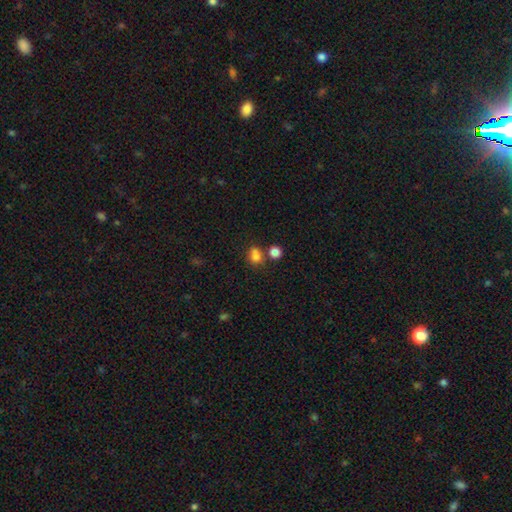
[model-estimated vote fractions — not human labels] smooth 78%, star or artifact 14%, featured or disk 8%. Down the decision tree: how rounded — round (58%); merging — none (49%).